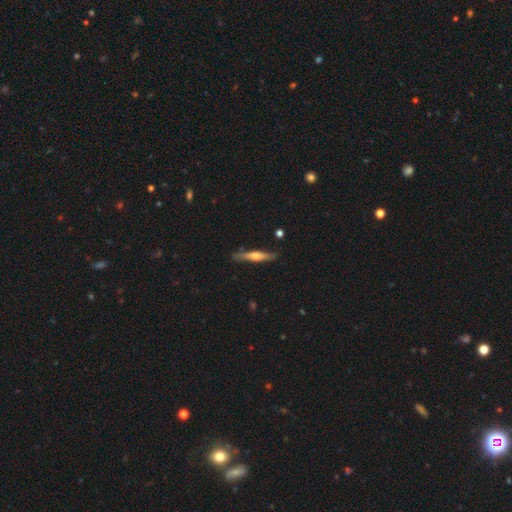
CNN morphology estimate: Q: Smooth or featured?
A: featured or disk (59%); runner-up: smooth (36%)
Q: Edge-on disk?
A: yes (96%); runner-up: no (4%)
Q: Edge-on bulge?
A: rounded (83%); runner-up: none (10%)
Q: Merging?
A: none (85%); runner-up: minor disturbance (11%)